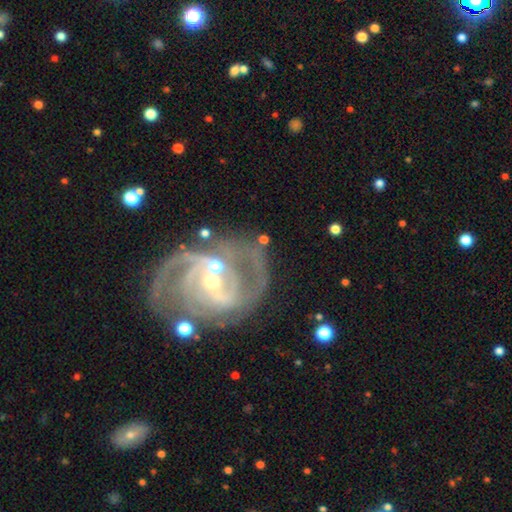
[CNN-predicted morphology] The model was most divided on "spiral winding": tight: 45%, medium: 44%, loose: 11%. Remaining: edge-on disk — no (98%); spiral arms — yes (97%); smooth or featured — featured or disk (88%); bulge size — small (63%); merging — none (60%); spiral arm count — 2 (45%); bar — weak (39%).